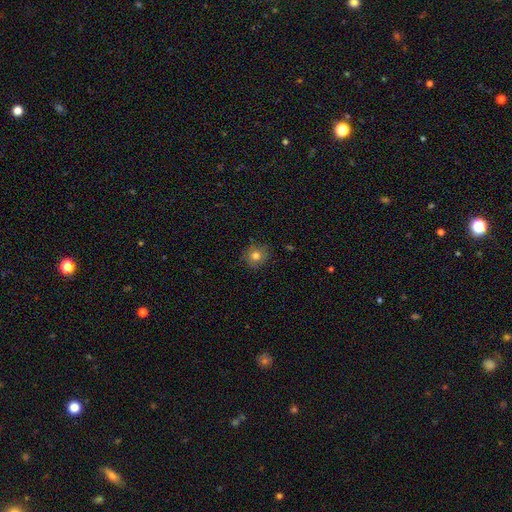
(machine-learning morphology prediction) Smooth or featured: smooth — 78% (star or artifact — 12%)
How rounded: round — 84% (in between — 15%)
Merging: none — 83% (minor disturbance — 13%)